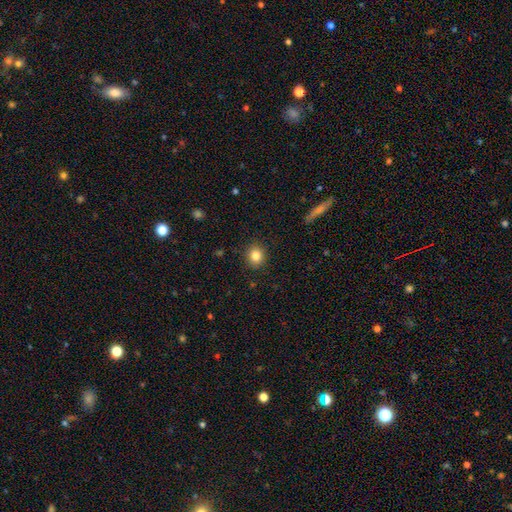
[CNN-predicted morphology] This appears to be a smooth galaxy with no disk features (84%) that is round (77%). Merging: none (90%).